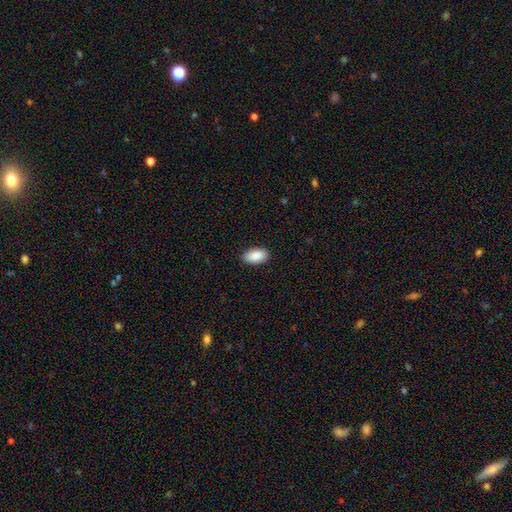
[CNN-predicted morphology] Smooth or featured? Predicted: smooth (p=0.90). How rounded? Predicted: in between (p=0.95). Merging? Predicted: none (p=0.89).